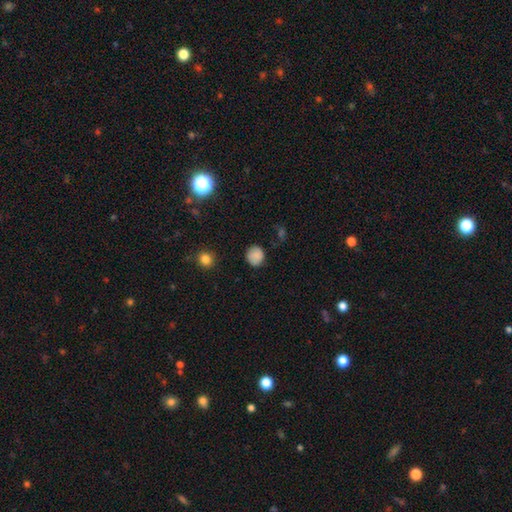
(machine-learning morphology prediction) smooth_or_featured: smooth (p=0.84) [alt: star or artifact p=0.10]
how_rounded: round (p=0.86) [alt: in between p=0.13]
merging: none (p=0.82) [alt: minor disturbance p=0.13]